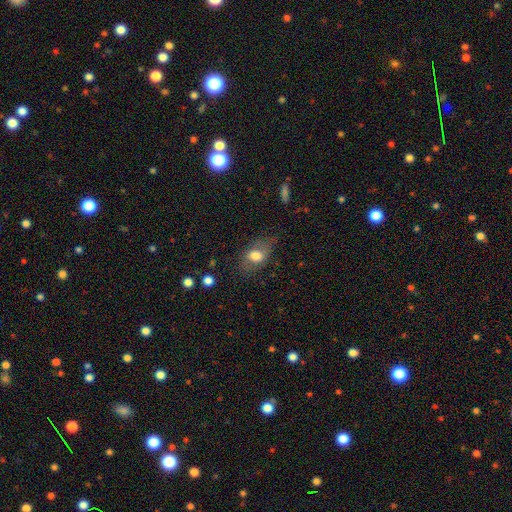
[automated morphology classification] Q: Smooth or featured?
A: smooth (71%); runner-up: featured or disk (20%)
Q: How rounded?
A: in between (80%); runner-up: round (17%)
Q: Merging?
A: none (62%); runner-up: minor disturbance (23%)